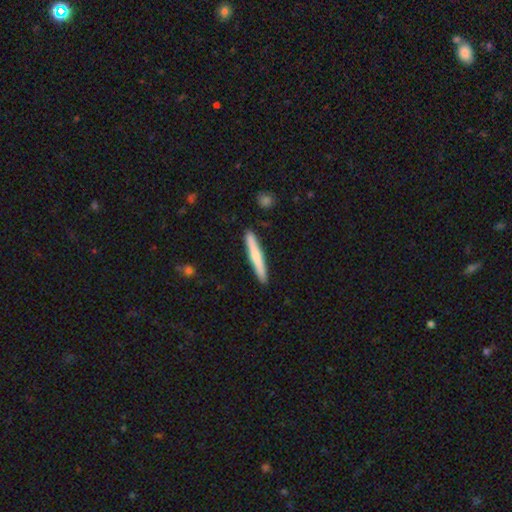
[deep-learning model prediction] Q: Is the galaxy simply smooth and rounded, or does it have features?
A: smooth — 67%.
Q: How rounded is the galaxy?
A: cigar-shaped — 96%.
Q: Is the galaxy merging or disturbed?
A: none — 90%.